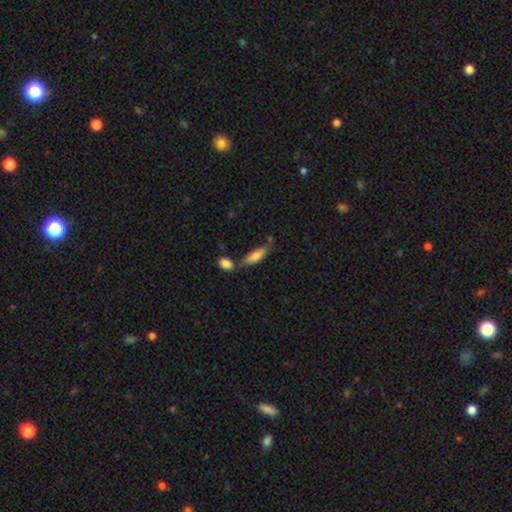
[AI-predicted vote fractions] This appears to be a smooth galaxy with no disk features (76%) that is in between round and cigar-shaped (61%). Merging: none (55%).